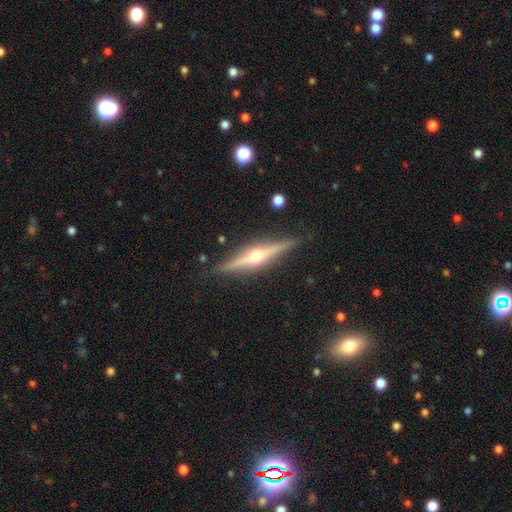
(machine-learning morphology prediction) smooth-or-featured: featured or disk: 78% | smooth: 16% | star or artifact: 6%
  disk-edge-on: yes: 98% | no: 2%
    edge-on-bulge: rounded: 95% | boxy: 3% | none: 2%
  merging: none: 89% | minor disturbance: 8% | major disturbance: 2% | merger: 1%